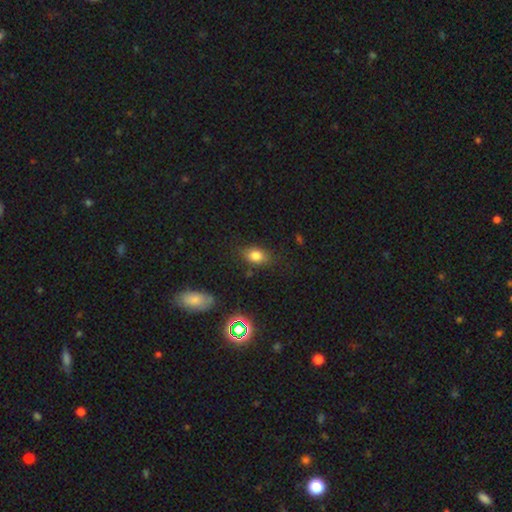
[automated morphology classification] A smooth galaxy with no disk features (79%) that is in between round and cigar-shaped (77%). Merging: none (80%).